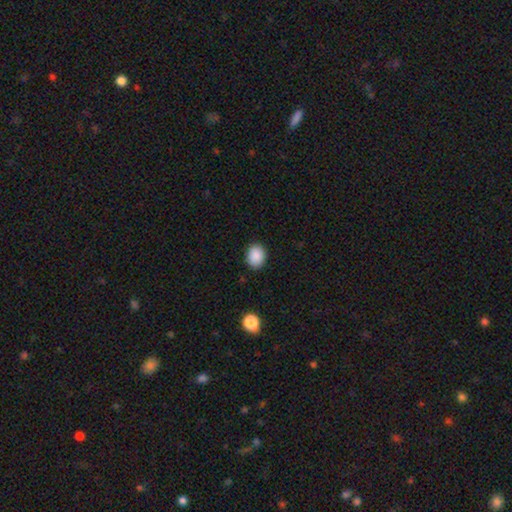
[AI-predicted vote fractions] smooth_or_featured: smooth (p=0.89) [alt: star or artifact p=0.08]
how_rounded: in between (p=0.57) [alt: round p=0.43]
merging: none (p=0.89) [alt: minor disturbance p=0.08]